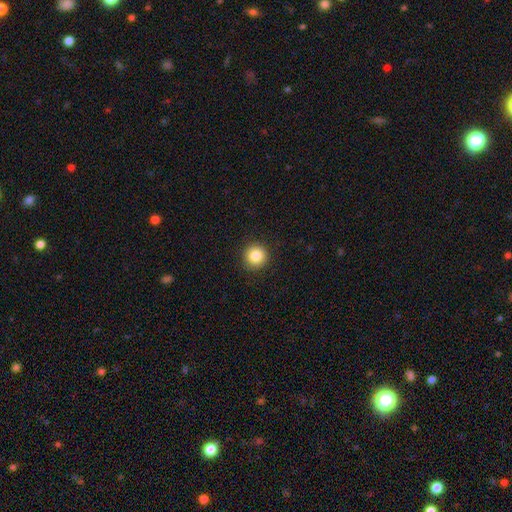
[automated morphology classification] This appears to be a smooth galaxy with no disk features (85%) that is round (95%). Merging: none (92%).